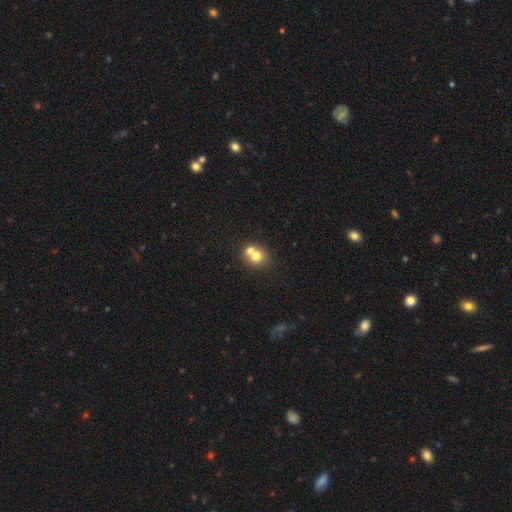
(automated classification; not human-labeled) Smooth or featured? Predicted: smooth (p=0.71). How rounded? Predicted: round (p=0.78). Merging? Predicted: merger (p=0.50).